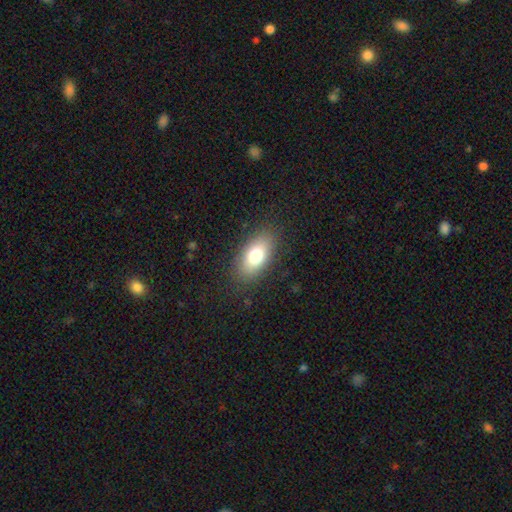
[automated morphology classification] Overall: smooth (76%). How rounded: in between (89%). Merging: none (85%).